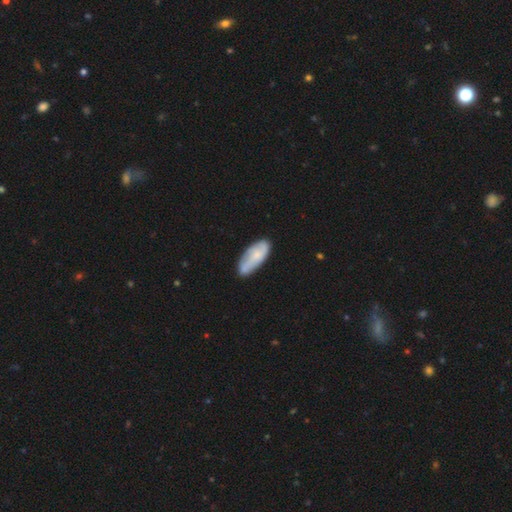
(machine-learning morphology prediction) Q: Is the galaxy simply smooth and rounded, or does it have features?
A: smooth — 64%.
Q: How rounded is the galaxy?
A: in between — 79%.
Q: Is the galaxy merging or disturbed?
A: none — 67%.